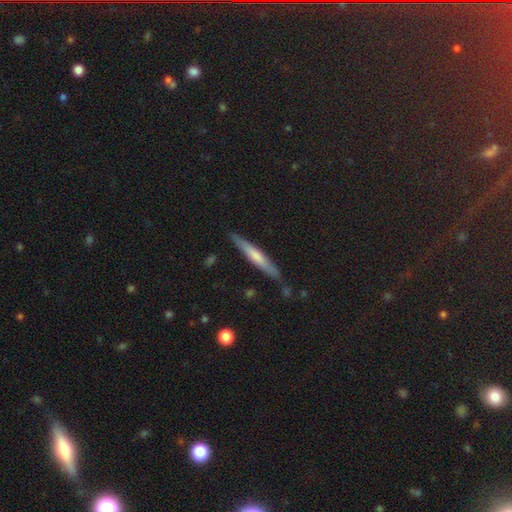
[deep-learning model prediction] This is possibly a featured or disk galaxy (56%). It is clearly viewed edge-on (94%). Edge-on bulge: likely rounded (69%). Merging: clearly none (87%).